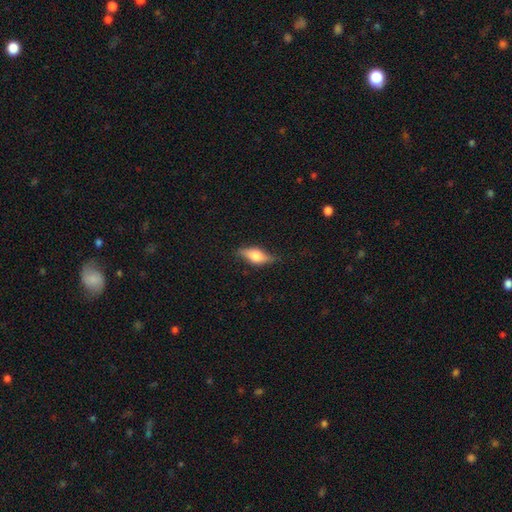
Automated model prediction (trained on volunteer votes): Smooth or featured? Predicted: smooth (p=0.55). How rounded? Predicted: in between (p=0.72). Merging? Predicted: none (p=0.75).